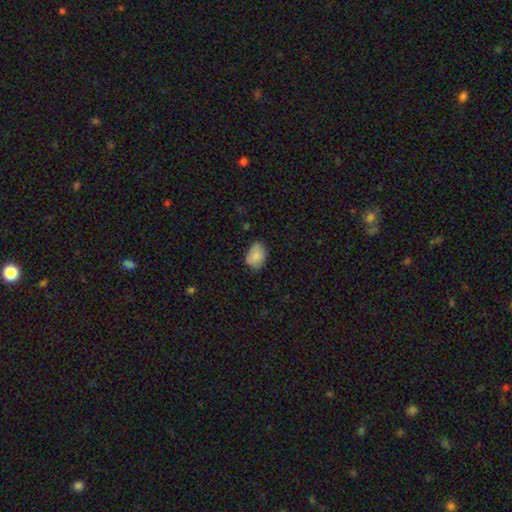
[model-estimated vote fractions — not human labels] smooth_or_featured: smooth (p=0.85) [alt: star or artifact p=0.08]
how_rounded: in between (p=0.74) [alt: round p=0.25]
merging: none (p=0.69) [alt: minor disturbance p=0.25]